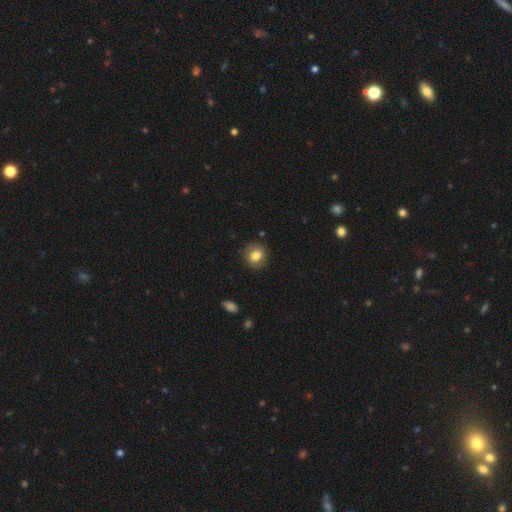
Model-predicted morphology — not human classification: smooth-or-featured: smooth: 80% | featured or disk: 11% | star or artifact: 9%
  how-rounded: round: 80% | in between: 19% | cigar-shaped: 1%
  merging: none: 86% | minor disturbance: 10% | major disturbance: 2% | merger: 1%